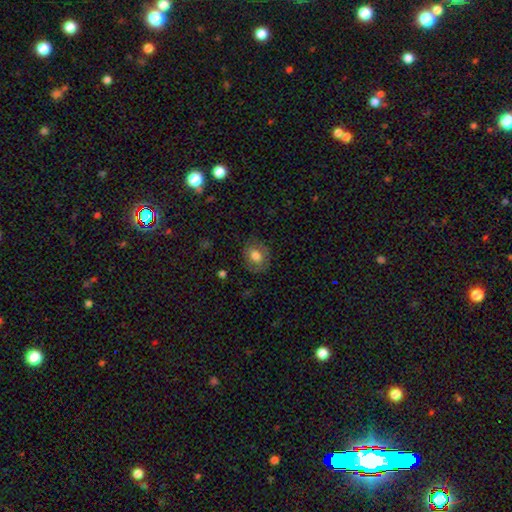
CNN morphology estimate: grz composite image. It shows a smooth galaxy with no disk features (73%) that is round (58%). Merging: none (80%).